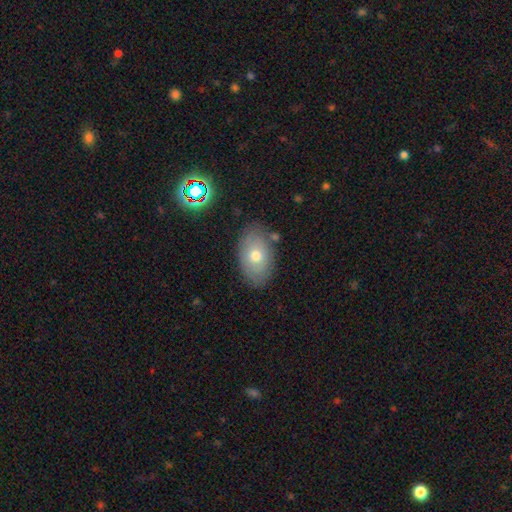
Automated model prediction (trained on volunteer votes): Smooth or featured? smooth (67%)
How rounded? in between (89%)
Merging? none (80%)